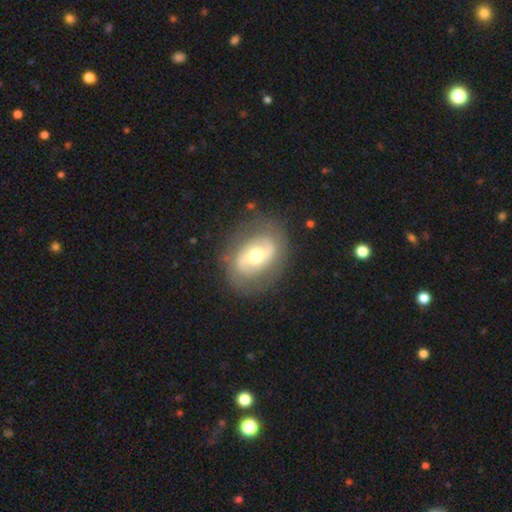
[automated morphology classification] Smooth or featured?
  - featured or disk: 68% *
  - smooth: 26%
  - star or artifact: 6%
Edge-on disk?
  - no: 95% *
  - yes: 5%
Bar?
  - no: 40% *
  - weak: 33%
  - strong: 27%
Spiral arms?
  - yes: 58% *
  - no: 42%
Bulge size?
  - moderate: 70% *
  - large: 14%
  - small: 14%
  - dominant: 1%
  - none: 1%
Merging?
  - none: 77% *
  - minor disturbance: 14%
  - major disturbance: 7%
  - merger: 1%